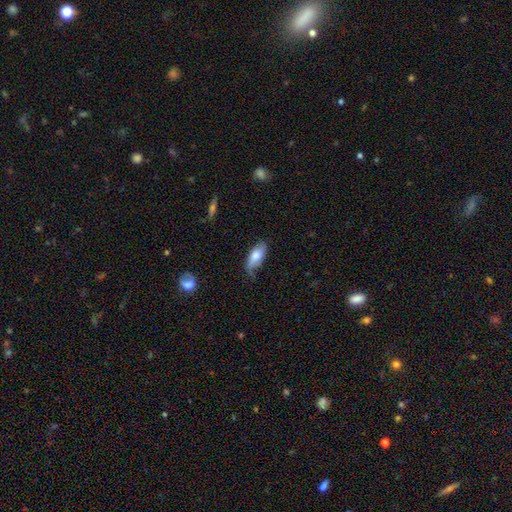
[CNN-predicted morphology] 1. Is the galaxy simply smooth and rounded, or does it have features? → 68% smooth, 25% featured or disk, 6% star or artifact.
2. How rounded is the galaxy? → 82% in between, 15% cigar-shaped, 3% round.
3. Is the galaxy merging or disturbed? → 57% none, 33% minor disturbance, 9% major disturbance, 2% merger.